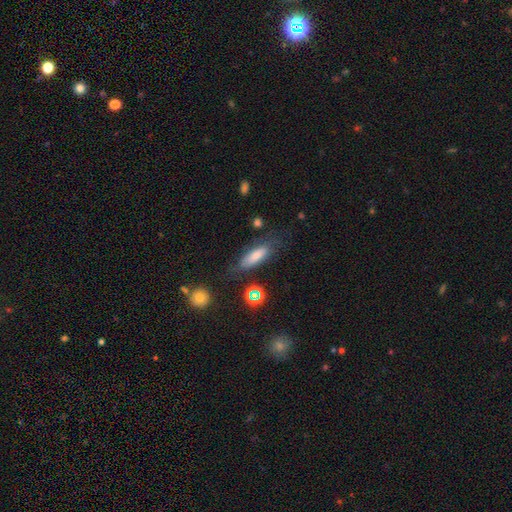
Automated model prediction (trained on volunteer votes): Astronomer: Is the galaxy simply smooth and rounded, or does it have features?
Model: smooth — 71%.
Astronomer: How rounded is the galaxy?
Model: in between — 58% (runner-up: cigar-shaped, 38%).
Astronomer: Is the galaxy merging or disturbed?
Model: none — 64%.